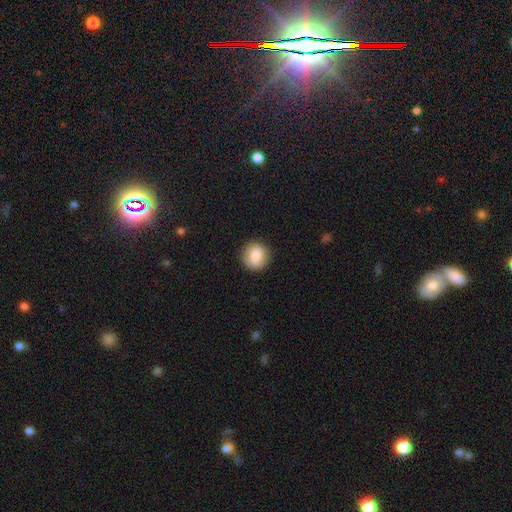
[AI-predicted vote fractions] The model was most divided on "smooth or featured": smooth: 83%, featured or disk: 10%, star or artifact: 8%. More confident: how rounded — round (89%); merging — none (88%).